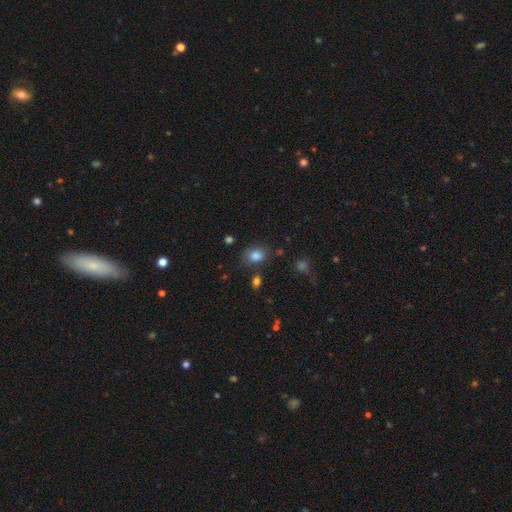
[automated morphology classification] type=smooth (83%); roundness=in between (50%); merging=none (75%).